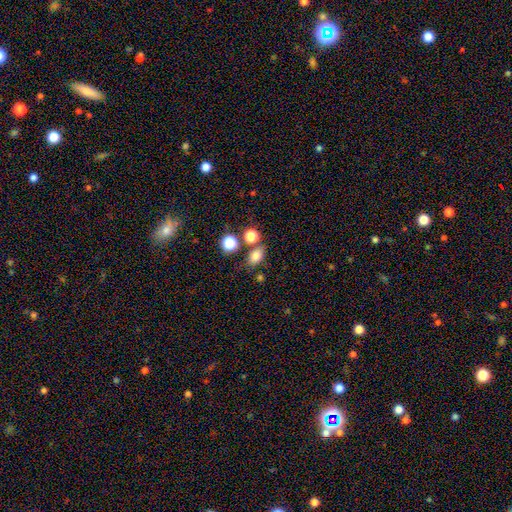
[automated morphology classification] A smooth galaxy with no disk features (79%) that is in between round and cigar-shaped (74%). Merging: none (67%).